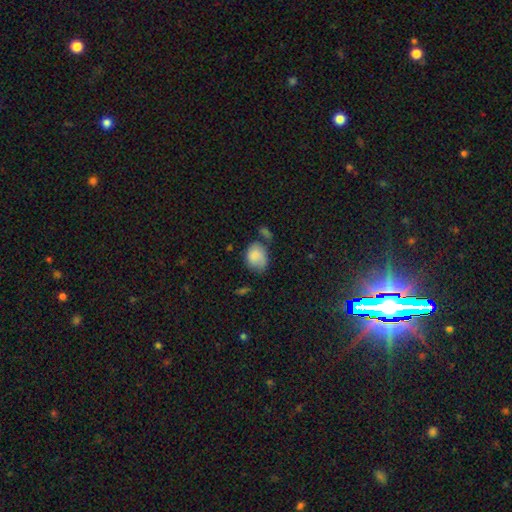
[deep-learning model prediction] Smooth or featured?
  - smooth: 82% *
  - featured or disk: 10%
  - star or artifact: 8%
How rounded?
  - in between: 62% *
  - round: 37%
  - cigar-shaped: 1%
Merging?
  - none: 44% *
  - minor disturbance: 31%
  - major disturbance: 13%
  - merger: 12%